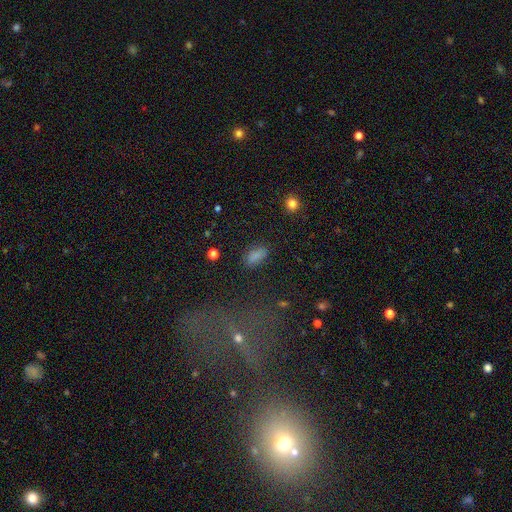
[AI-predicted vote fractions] This is clearly a smooth galaxy (82%). How rounded: clearly in between (88%). Merging: likely none (80%).